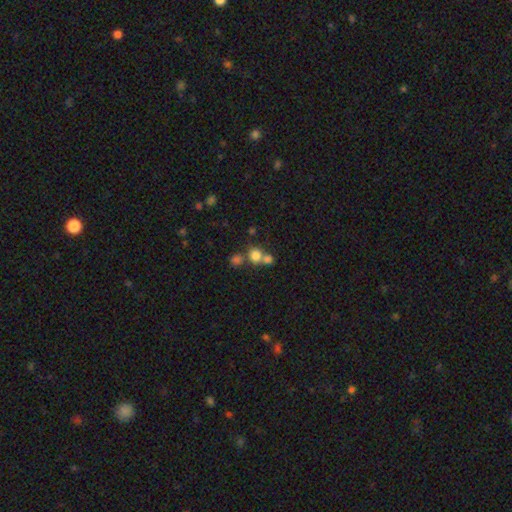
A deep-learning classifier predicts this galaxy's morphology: This is likely a smooth galaxy (75%). How rounded: clearly round (84%). Merging: possibly none (45%).